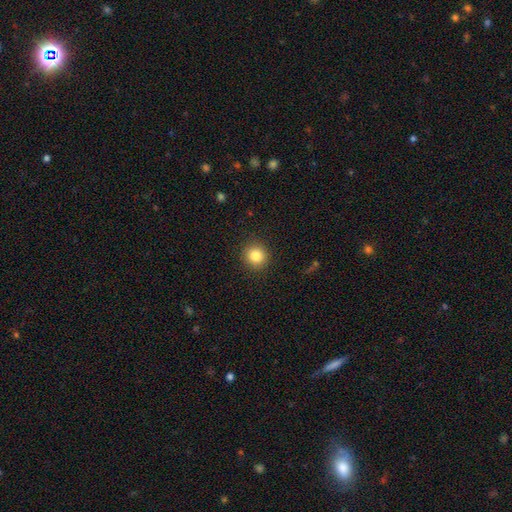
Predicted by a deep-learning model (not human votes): Morphology: type=smooth (83%); roundness=round (93%); merging=none (91%).